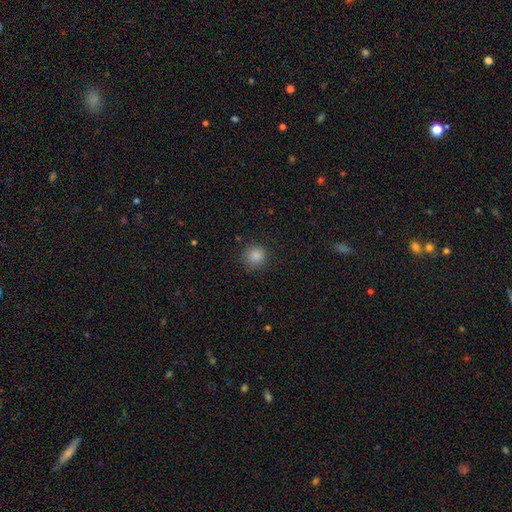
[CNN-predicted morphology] Smooth or featured: smooth — 86% (star or artifact — 11%)
How rounded: round — 93% (in between — 7%)
Merging: none — 87% (minor disturbance — 9%)